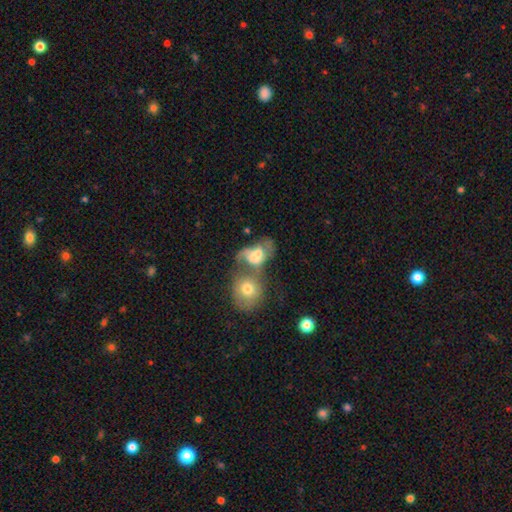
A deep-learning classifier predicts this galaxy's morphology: A smooth galaxy with no disk features (46%). Merging: merger (62%).